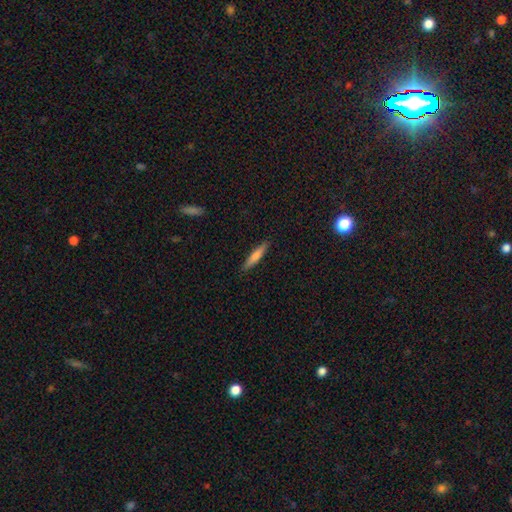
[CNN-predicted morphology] This appears to be a smooth galaxy with no disk features (68%) that is cigar-shaped (88%). Merging: none (90%).